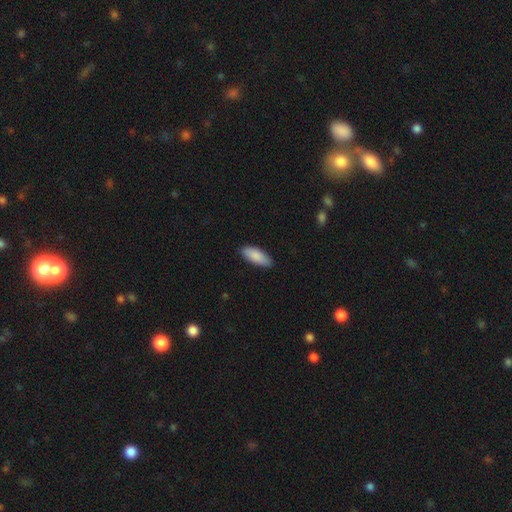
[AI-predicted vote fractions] The model was most divided on "how rounded": in between: 79%, cigar-shaped: 19%, round: 2%. More confident: smooth or featured — smooth (88%); merging — none (86%).